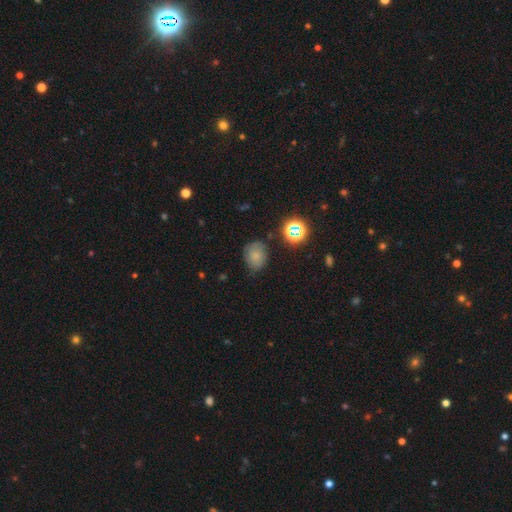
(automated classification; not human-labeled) Q: Smooth or featured?
A: smooth (68%); runner-up: star or artifact (17%)
Q: How rounded?
A: round (54%); runner-up: in between (45%)
Q: Merging?
A: none (64%); runner-up: minor disturbance (27%)